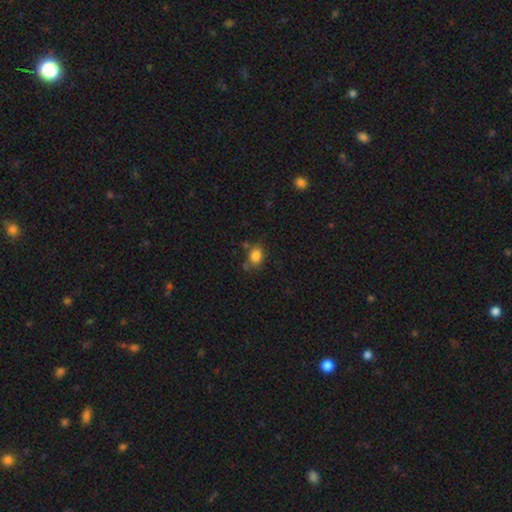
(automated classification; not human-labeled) Smooth or featured: smooth — 84% (star or artifact — 11%)
How rounded: in between — 54% (round — 45%)
Merging: none — 67% (minor disturbance — 19%)